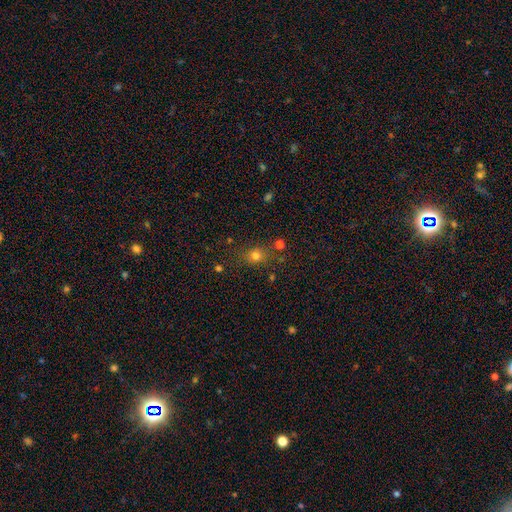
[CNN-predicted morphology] A smooth galaxy with no disk features (72%) that is round (74%). Merging: none (78%).